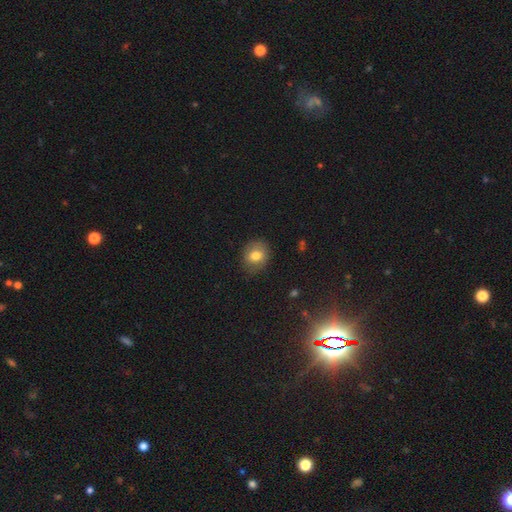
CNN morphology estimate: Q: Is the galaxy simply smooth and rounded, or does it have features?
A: smooth — 74%.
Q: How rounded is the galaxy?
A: round — 57%.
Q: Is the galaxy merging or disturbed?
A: none — 78%.